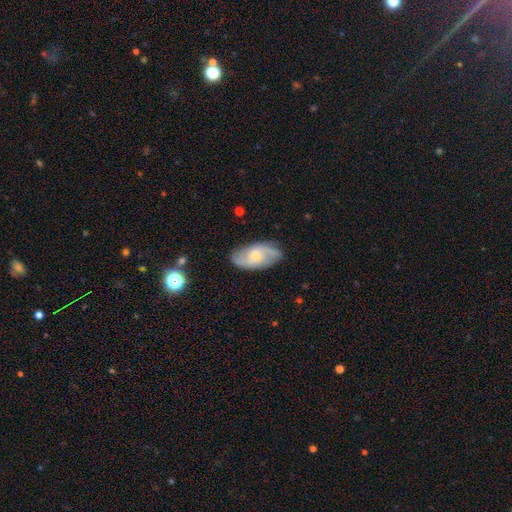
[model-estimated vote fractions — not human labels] The model was most divided on "spiral winding": medium: 46%, loose: 33%, tight: 22%. More confident: edge-on disk — no (94%); spiral arms — yes (91%); merging — none (79%); spiral arm count — 2 (77%); smooth or featured — featured or disk (67%); bar — no (57%); bulge size — small (54%).